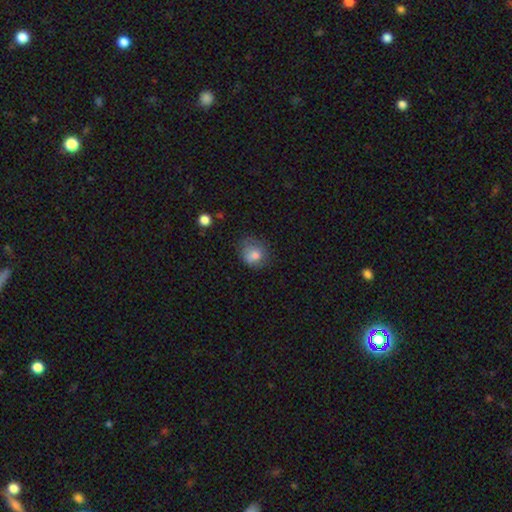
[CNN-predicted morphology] smooth-or-featured: smooth: 76% | featured or disk: 14% | star or artifact: 11%
  how-rounded: round: 67% | in between: 32% | cigar-shaped: 1%
  merging: none: 53% | minor disturbance: 29% | major disturbance: 16% | merger: 2%